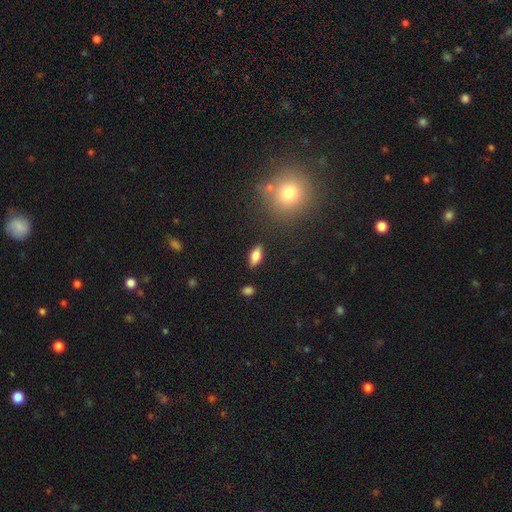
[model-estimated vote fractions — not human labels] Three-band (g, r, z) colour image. It shows a smooth galaxy with no disk features (78%) that is in between round and cigar-shaped (83%). Merging: none (87%).